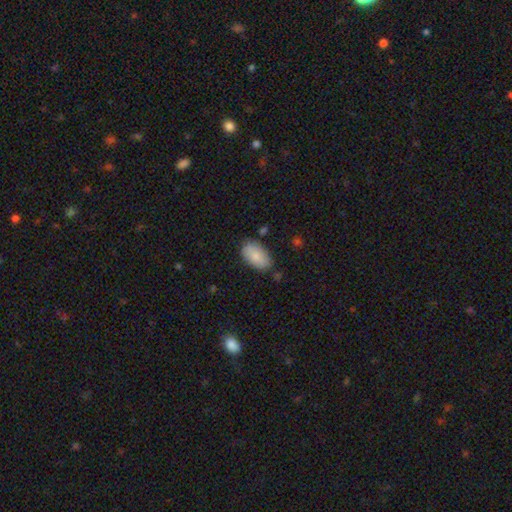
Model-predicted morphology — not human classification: Smooth or featured?
  - smooth: 83% *
  - featured or disk: 10%
  - star or artifact: 6%
How rounded?
  - in between: 95% *
  - round: 4%
  - cigar-shaped: 2%
Merging?
  - none: 79% *
  - minor disturbance: 15%
  - major disturbance: 3%
  - merger: 3%